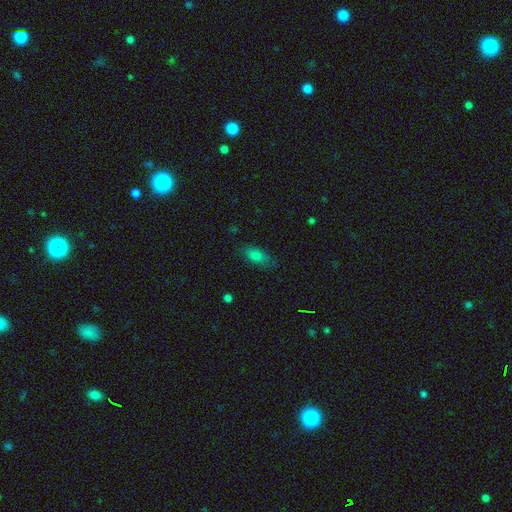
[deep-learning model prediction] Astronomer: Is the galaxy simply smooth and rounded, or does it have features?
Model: smooth — 80%.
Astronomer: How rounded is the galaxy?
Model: in between — 83%.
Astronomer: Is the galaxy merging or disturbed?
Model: none — 76%.